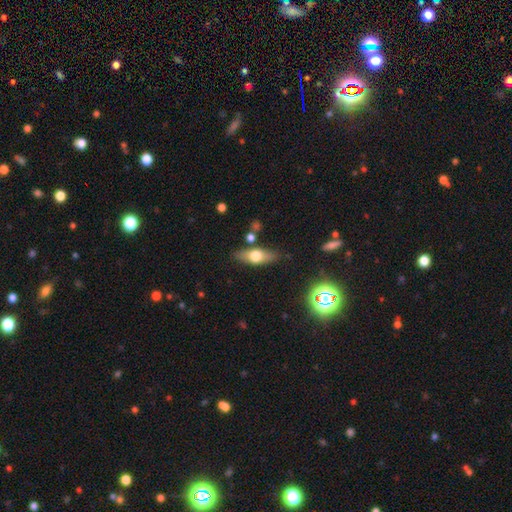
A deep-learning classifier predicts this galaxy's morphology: This appears to be a smooth galaxy with no disk features (52%) that is in between round and cigar-shaped (62%). Merging: none (80%).